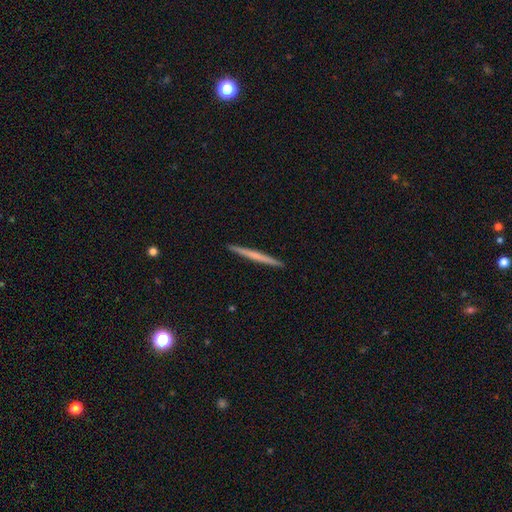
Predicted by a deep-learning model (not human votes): This appears to be a smooth galaxy with no disk features (48%). Merging: none (94%).